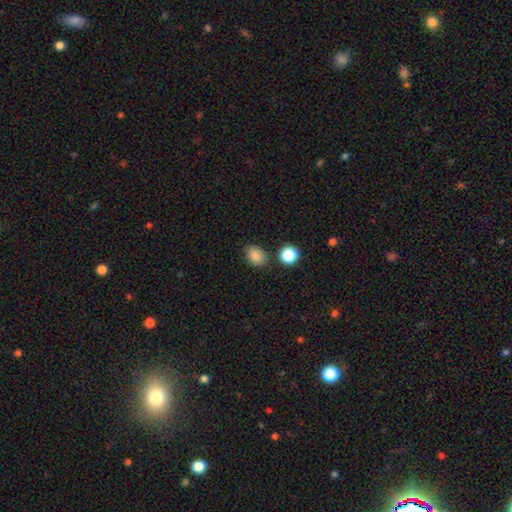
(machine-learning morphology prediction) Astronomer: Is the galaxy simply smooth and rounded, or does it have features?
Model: smooth — 83%.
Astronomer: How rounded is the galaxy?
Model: in between — 59% (runner-up: round, 40%).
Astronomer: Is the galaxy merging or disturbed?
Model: none — 79%.